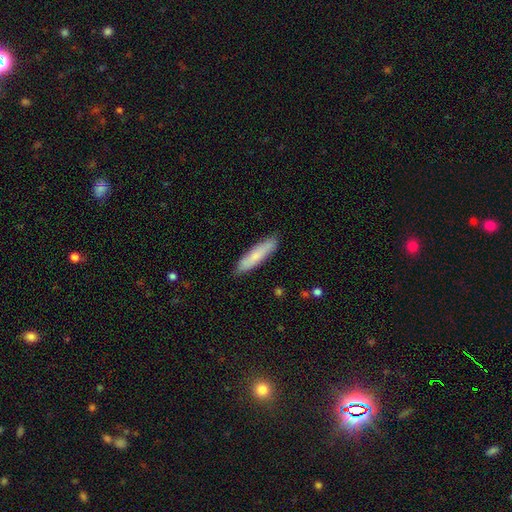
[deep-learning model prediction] A smooth galaxy with no disk features (71%) that is cigar-shaped (82%).

Vote fractions:
- Smooth or featured? smooth: 71% / featured or disk: 23% / star or artifact: 6%
- How rounded? cigar-shaped: 82% / in between: 17% / round: 1%
- Merging? none: 88% / minor disturbance: 10% / major disturbance: 2% / merger: 1%